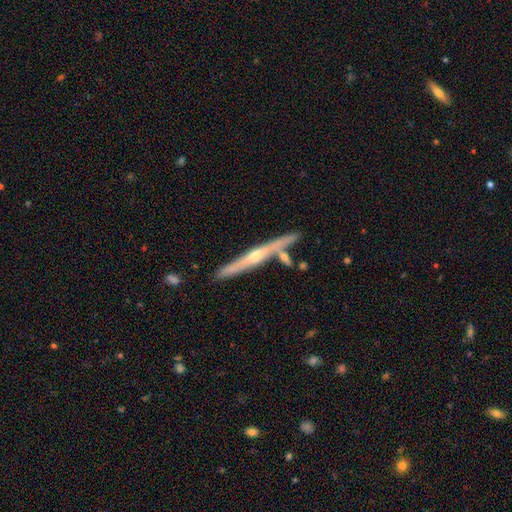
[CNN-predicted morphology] The model was most divided on "smooth or featured": featured or disk: 70%, smooth: 24%, star or artifact: 6%. More confident: edge-on disk — yes (96%); edge-on bulge — rounded (79%); merging — none (77%).